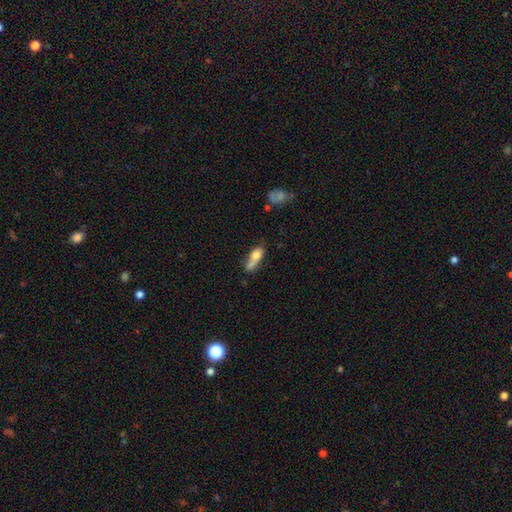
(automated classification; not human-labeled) This appears to be a smooth galaxy with no disk features (67%) that is in between round and cigar-shaped (59%). Merging: none (34%).